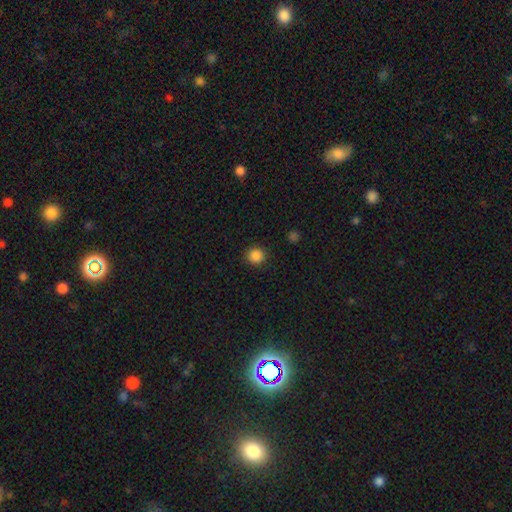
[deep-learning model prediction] Smooth or featured? smooth (86%)
How rounded? round (94%)
Merging? none (91%)